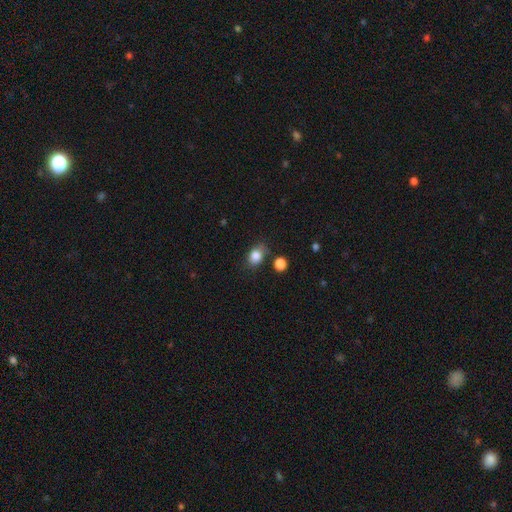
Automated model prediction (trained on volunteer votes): Smooth or featured? Predicted: smooth (p=0.84). How rounded? Predicted: in between (p=0.63). Merging? Predicted: none (p=0.67).